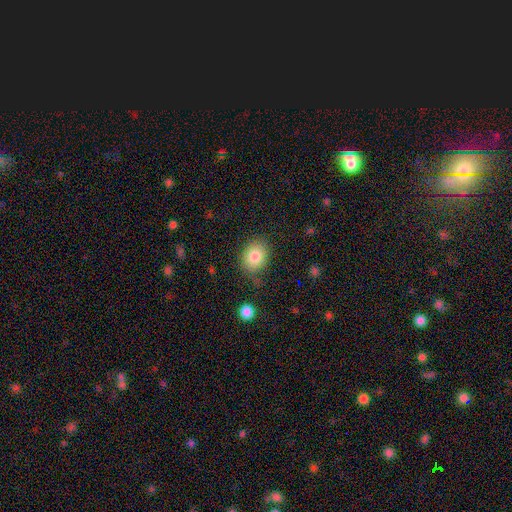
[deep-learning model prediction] Smooth or featured? smooth (82%)
How rounded? in between (55%)
Merging? none (80%)